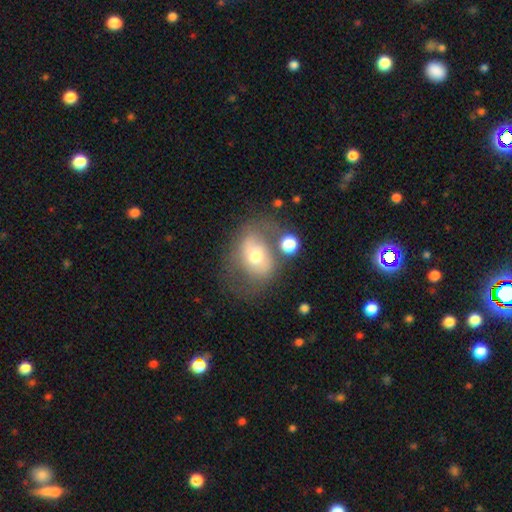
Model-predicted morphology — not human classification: Q: Smooth or featured?
A: smooth (47%); runner-up: featured or disk (43%)
Q: Merging?
A: none (48%); runner-up: minor disturbance (21%)